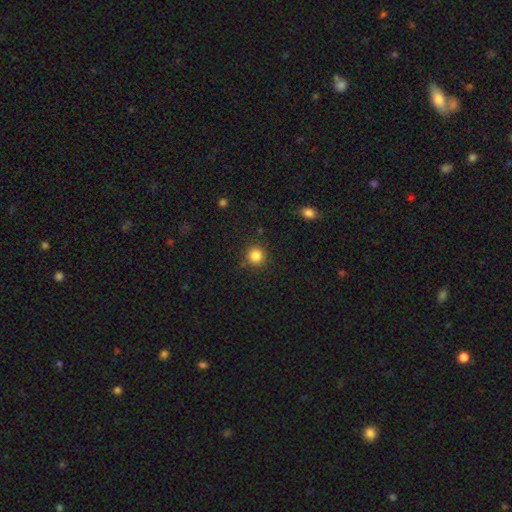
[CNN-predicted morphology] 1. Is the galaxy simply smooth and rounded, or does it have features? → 84% smooth, 12% star or artifact, 4% featured or disk.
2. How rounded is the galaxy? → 93% round, 6% in between, 1% cigar-shaped.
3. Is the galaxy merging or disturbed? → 87% none, 8% minor disturbance, 3% major disturbance, 2% merger.